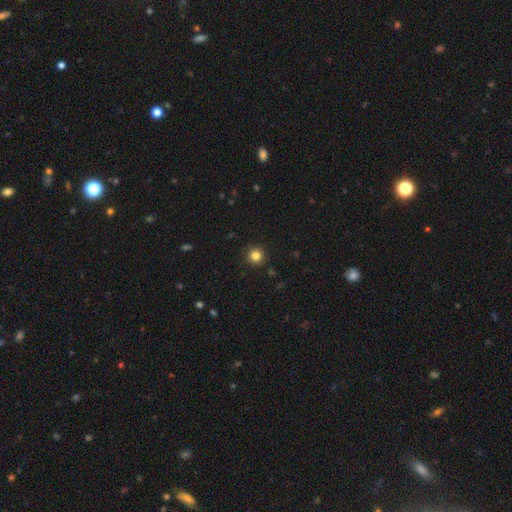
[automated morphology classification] type=smooth (83%); roundness=round (95%); merging=none (93%).